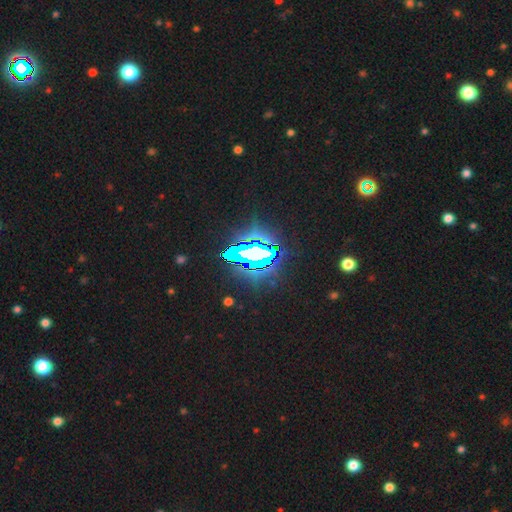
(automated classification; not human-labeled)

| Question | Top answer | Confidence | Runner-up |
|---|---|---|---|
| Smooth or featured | star or artifact | 81% | smooth (10%) |